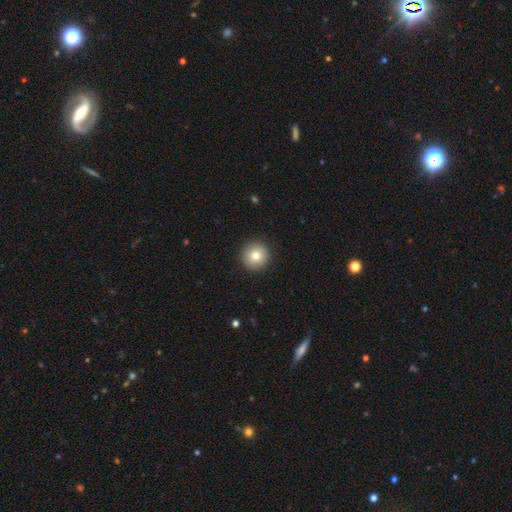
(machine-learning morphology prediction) A smooth galaxy with no disk features (79%) that is round (96%). Merging: none (92%).